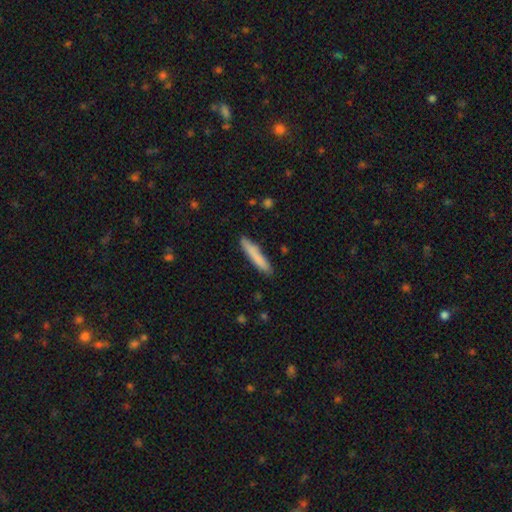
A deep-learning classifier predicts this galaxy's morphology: Q: Smooth or featured?
A: smooth (81%); runner-up: featured or disk (14%)
Q: How rounded?
A: cigar-shaped (93%); runner-up: in between (6%)
Q: Merging?
A: none (87%); runner-up: minor disturbance (10%)